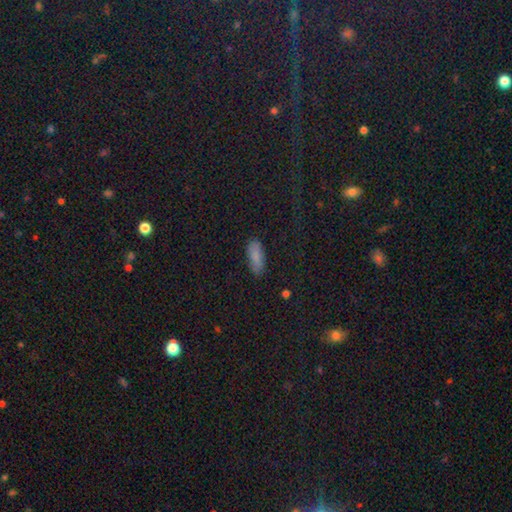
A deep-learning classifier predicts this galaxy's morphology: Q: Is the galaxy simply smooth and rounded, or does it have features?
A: smooth — 84%.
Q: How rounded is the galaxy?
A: in between — 81%.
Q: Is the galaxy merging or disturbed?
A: none — 82%.